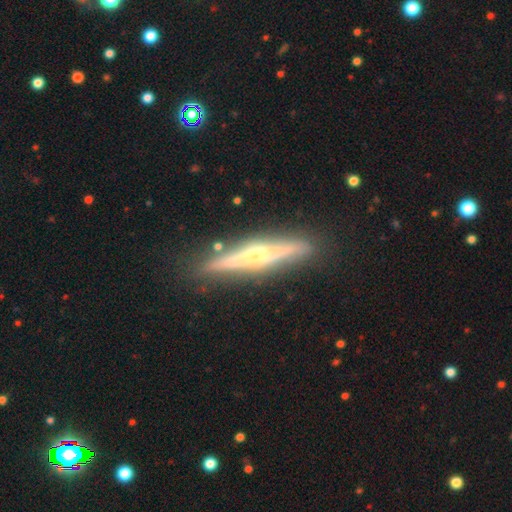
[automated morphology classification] A featured or disk galaxy (75%) viewed edge-on (96%) with a rounded central bulge (57%).

Vote fractions:
- Smooth or featured? featured or disk: 75% / smooth: 19% / star or artifact: 6%
- Edge-on disk? yes: 96% / no: 4%
- Edge-on bulge? rounded: 57% / none: 27% / boxy: 15%
- Merging? none: 84% / minor disturbance: 11% / major disturbance: 2% / merger: 2%